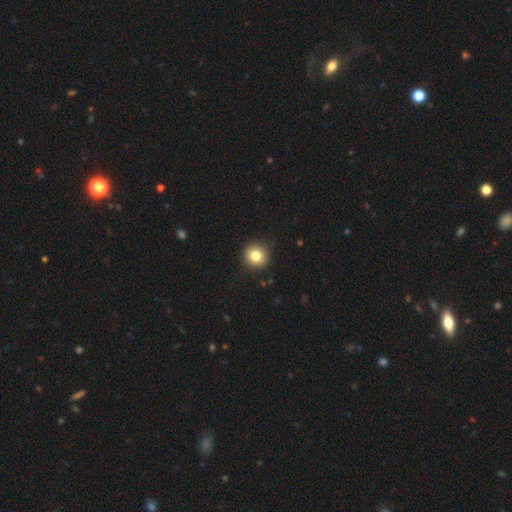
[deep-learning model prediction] Smooth or featured?
  - smooth: 82% *
  - star or artifact: 10%
  - featured or disk: 7%
How rounded?
  - round: 90% *
  - in between: 9%
  - cigar-shaped: 1%
Merging?
  - none: 90% *
  - minor disturbance: 7%
  - major disturbance: 2%
  - merger: 1%